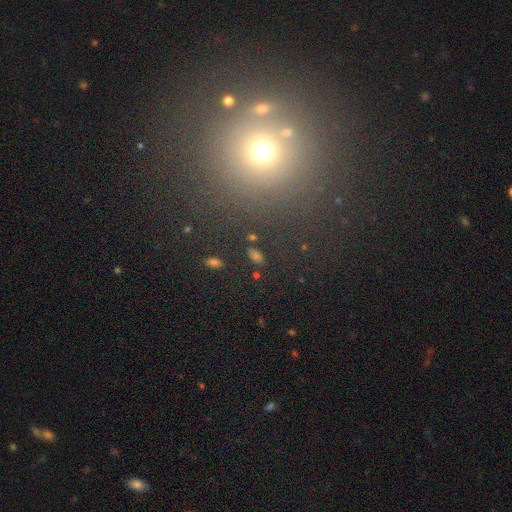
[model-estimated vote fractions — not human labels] Overall: smooth (65%). How rounded: in between (85%). Merging: none (82%).